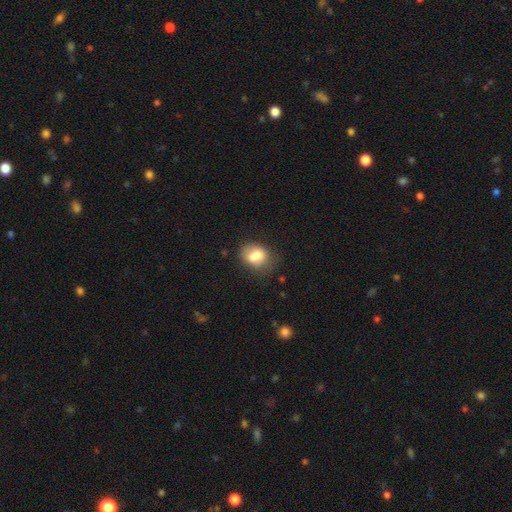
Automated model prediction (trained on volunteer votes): Morphology: type=smooth (75%); roundness=in between (54%); merging=none (48%).